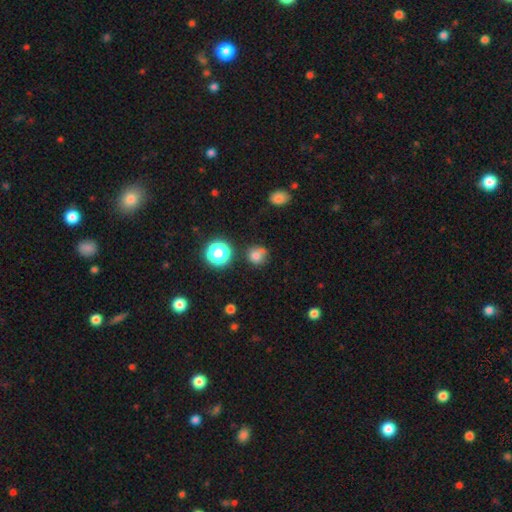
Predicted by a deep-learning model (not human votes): Smooth or featured? Predicted: smooth (p=0.75). How rounded? Predicted: round (p=0.84). Merging? Predicted: none (p=0.63).